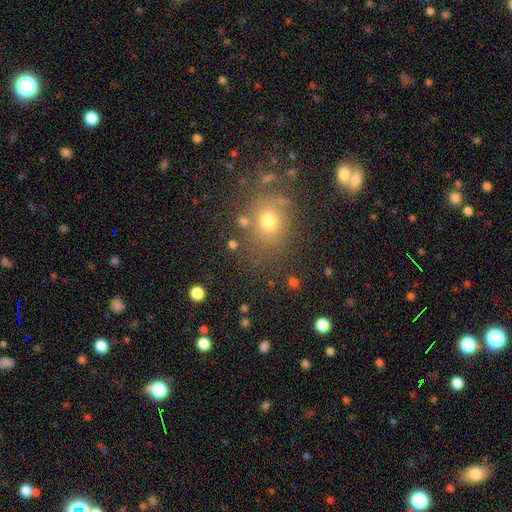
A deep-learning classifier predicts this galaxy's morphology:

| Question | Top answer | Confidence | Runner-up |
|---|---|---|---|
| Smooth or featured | smooth | 57% | star or artifact (29%) |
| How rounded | round | 60% | in between (39%) |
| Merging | none | 78% | minor disturbance (12%) |